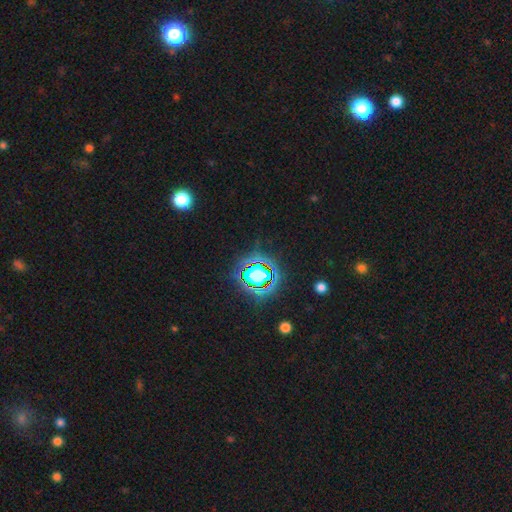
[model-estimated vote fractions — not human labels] Smooth or featured: star or artifact — 78% (smooth — 13%)